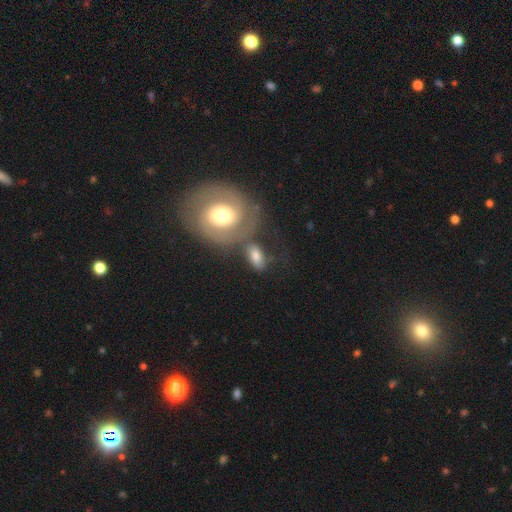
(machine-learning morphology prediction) Smooth or featured? Predicted: smooth (p=0.50). Merging? Predicted: none (p=0.42).